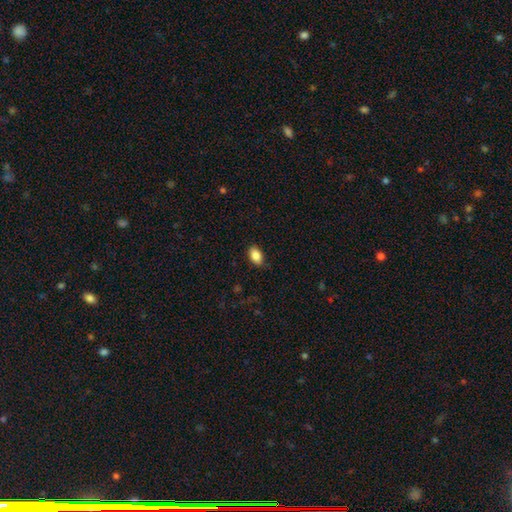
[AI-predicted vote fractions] smooth 86%, star or artifact 8%, featured or disk 6%. Down the decision tree: how rounded — in between (90%); merging — none (85%).